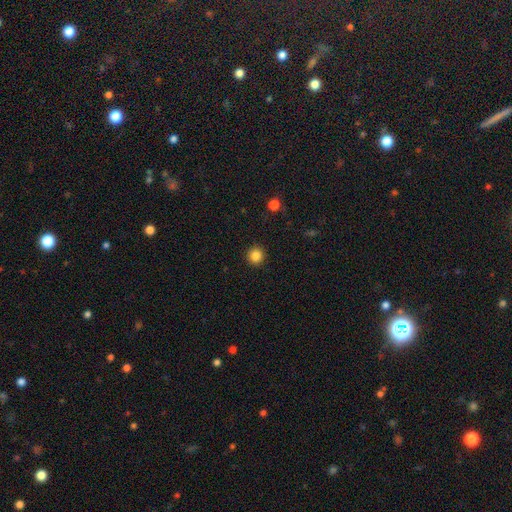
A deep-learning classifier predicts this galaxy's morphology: This appears to be a smooth galaxy with no disk features (84%) that is round (94%). Merging: none (93%).